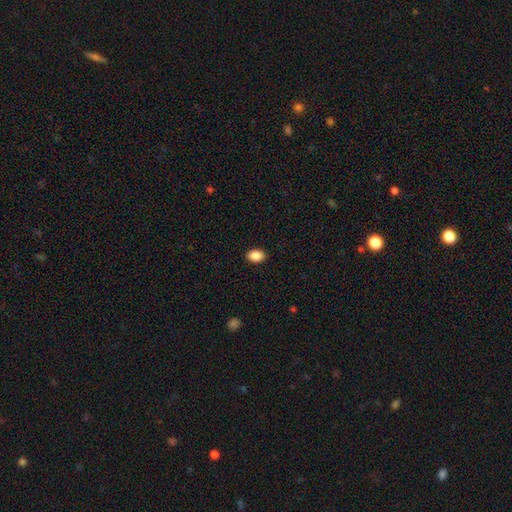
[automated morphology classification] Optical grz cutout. It shows a smooth galaxy with no disk features (89%) that is in between round and cigar-shaped (82%). Merging: none (91%).